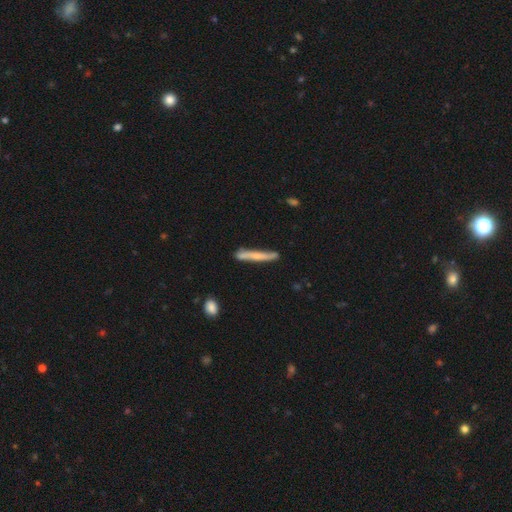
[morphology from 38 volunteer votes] Smooth or featured? 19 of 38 (50%) said smooth. How rounded? 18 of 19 (95%) said cigar-shaped. Merging? 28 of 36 (78%) said none.